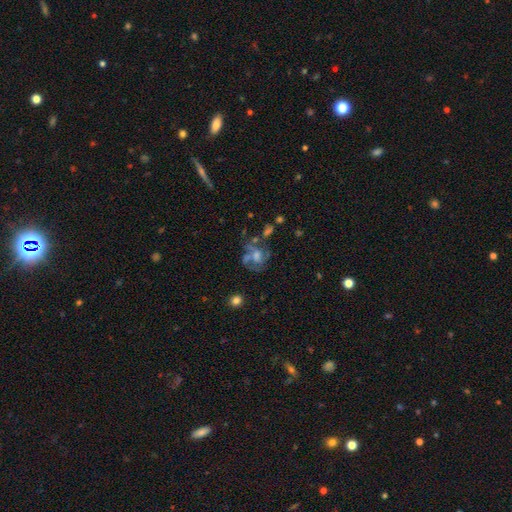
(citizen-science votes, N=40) smooth_or_featured: featured or disk (p=0.70) [alt: smooth p=0.17]
disk_edge_on: no (p=0.96) [alt: yes p=0.04]
bar: no (p=0.48) [alt: weak p=0.33]
has_spiral_arms: yes (p=0.67) [alt: no p=0.33]
spiral_winding: tight (p=0.33) [tied with: medium p=0.33, loose p=0.33]
spiral_arm_count: 3 (p=0.33) [alt: 4 p=0.28]
bulge_size: moderate (p=0.44) [alt: large p=0.26]
merging: minor disturbance (p=0.37) [alt: none p=0.31]